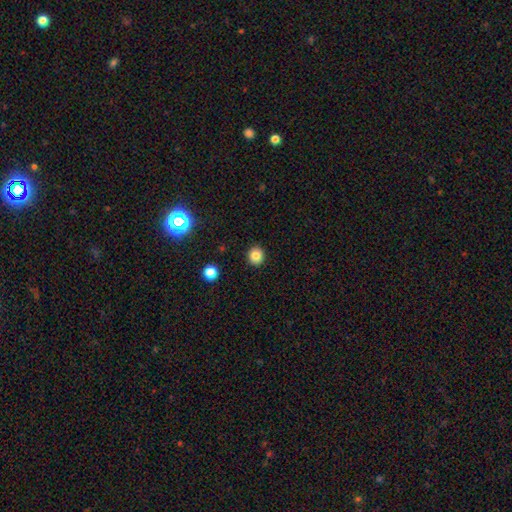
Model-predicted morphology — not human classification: This appears to be a smooth galaxy with no disk features (83%) that is round (87%). Merging: none (92%).